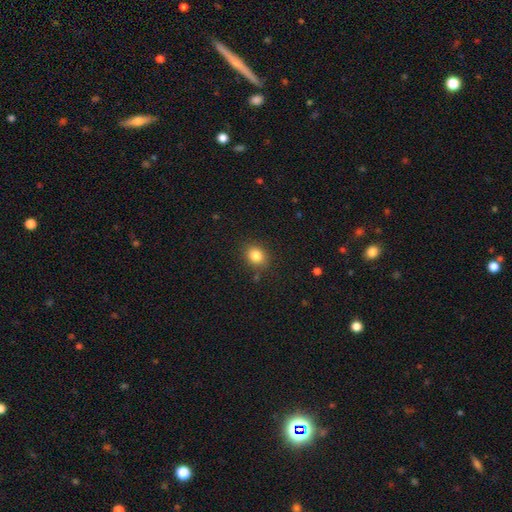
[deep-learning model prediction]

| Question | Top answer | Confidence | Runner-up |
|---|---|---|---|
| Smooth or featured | smooth | 84% | star or artifact (11%) |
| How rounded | round | 57% | in between (43%) |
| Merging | none | 83% | minor disturbance (11%) |